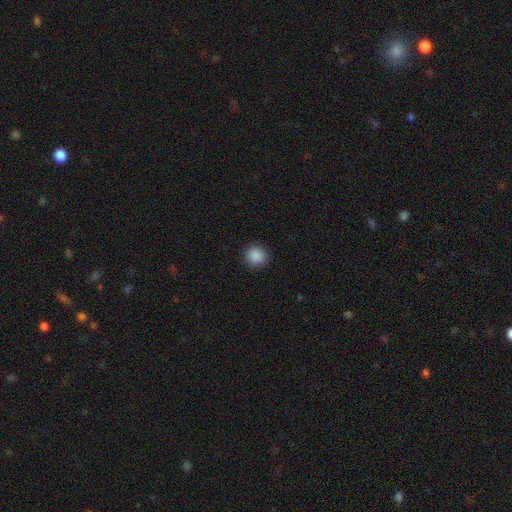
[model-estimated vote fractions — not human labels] Q: Smooth or featured?
A: smooth (88%); runner-up: star or artifact (10%)
Q: How rounded?
A: round (92%); runner-up: in between (7%)
Q: Merging?
A: none (91%); runner-up: minor disturbance (6%)